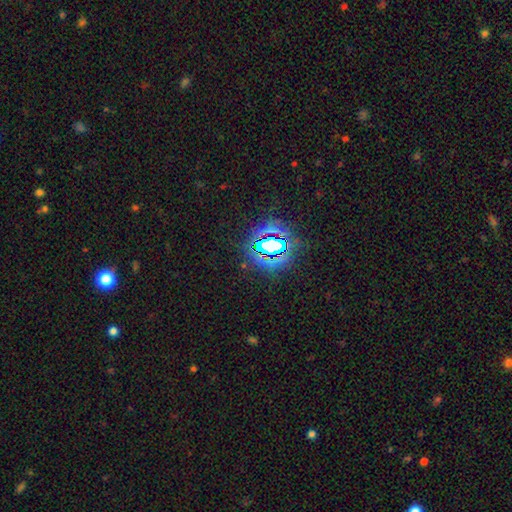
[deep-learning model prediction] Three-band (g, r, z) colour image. It shows a star or artifact, not a galaxy (82%).